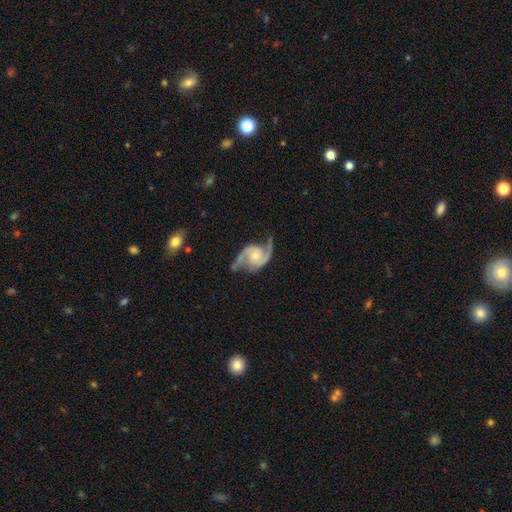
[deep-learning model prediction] A featured or disk galaxy (92%) with no bar (63%), 2 (93%) medium (53%) spiral arms (98%) and a small central bulge (51%). Merging: none (72%).